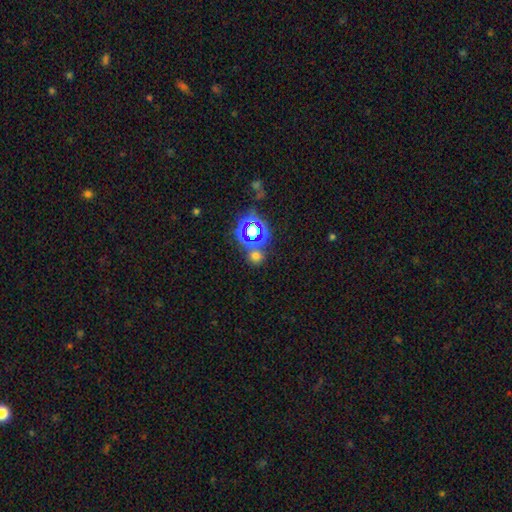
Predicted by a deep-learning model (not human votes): This is possibly a smooth galaxy (54%). How rounded: clearly round (84%). Merging: likely none (69%).